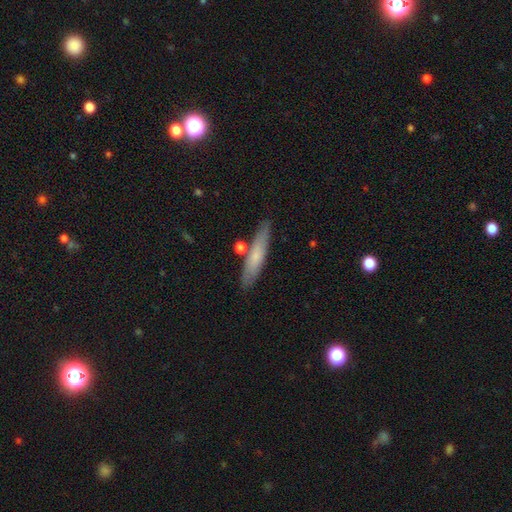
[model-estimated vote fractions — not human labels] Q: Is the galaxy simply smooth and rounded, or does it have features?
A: smooth — 65%.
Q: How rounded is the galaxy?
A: cigar-shaped — 84%.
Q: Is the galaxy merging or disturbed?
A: none — 81%.